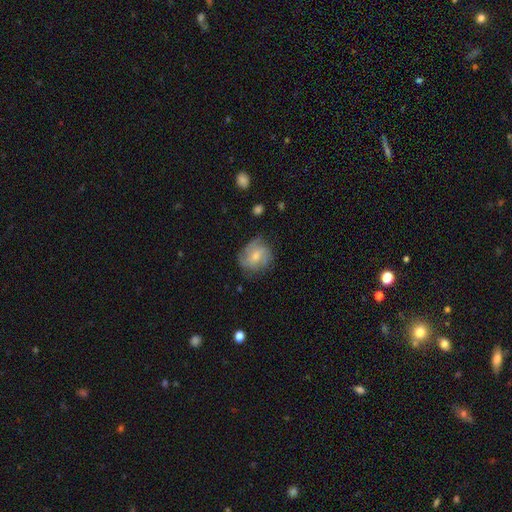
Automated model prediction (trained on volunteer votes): Morphology: type=featured or disk (65%); edge-on=no (98%); bar=no (56%); spiral arms=yes (90%); winding=medium (43%); arm count=3 (33%); bulge=moderate (46%); merging=none (68%).